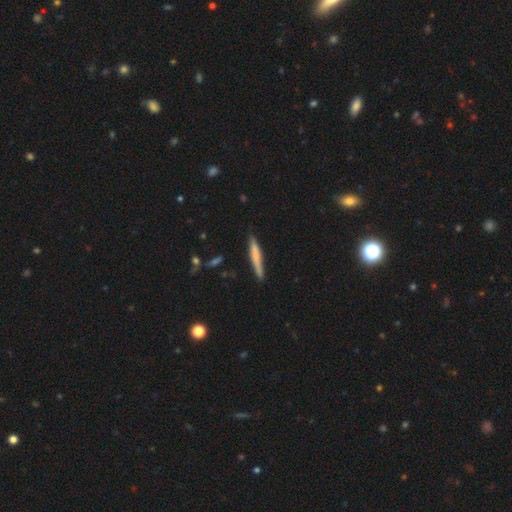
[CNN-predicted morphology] Smooth or featured?
  - smooth: 65% *
  - featured or disk: 29%
  - star or artifact: 6%
How rounded?
  - cigar-shaped: 94% *
  - in between: 4%
  - round: 1%
Merging?
  - none: 83% *
  - minor disturbance: 13%
  - merger: 2%
  - major disturbance: 2%